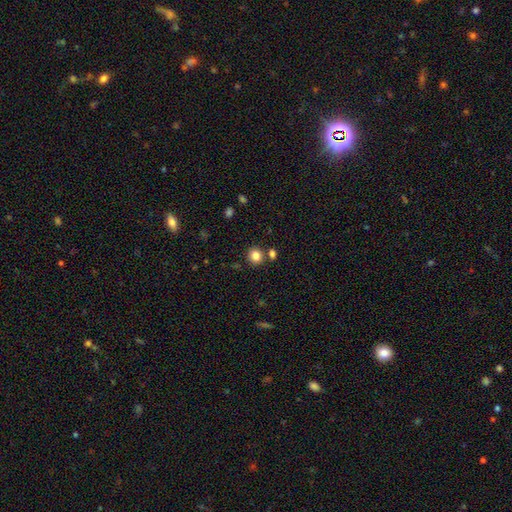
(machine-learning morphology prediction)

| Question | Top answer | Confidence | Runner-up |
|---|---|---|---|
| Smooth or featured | smooth | 83% | star or artifact (11%) |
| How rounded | round | 83% | in between (16%) |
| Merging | none | 80% | merger (9%) |